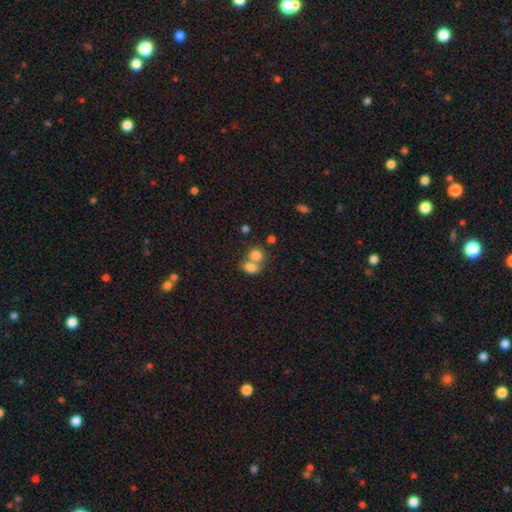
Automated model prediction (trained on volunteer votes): Smooth or featured? Predicted: smooth (p=0.78). How rounded? Predicted: round (p=0.61). Merging? Predicted: merger (p=0.58).